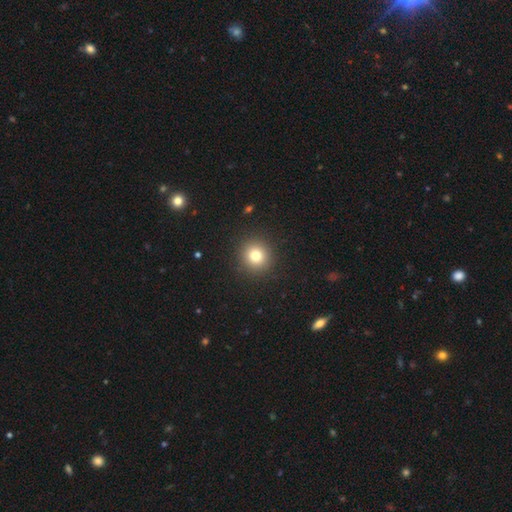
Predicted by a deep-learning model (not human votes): The model was most divided on "smooth or featured": smooth: 78%, star or artifact: 13%, featured or disk: 9%. More confident: how rounded — round (93%); merging — none (92%).